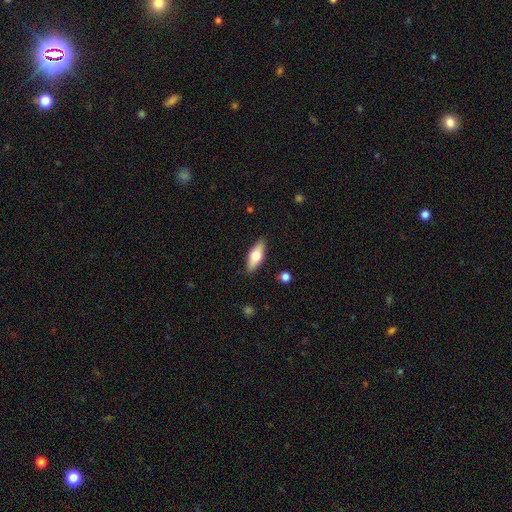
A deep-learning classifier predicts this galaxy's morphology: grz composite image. It shows a smooth galaxy with no disk features (60%) that is in between round and cigar-shaped (73%). Merging: none (88%).